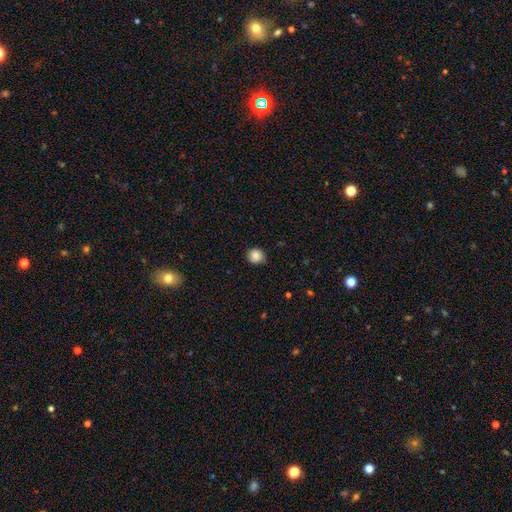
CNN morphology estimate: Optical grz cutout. It shows a smooth galaxy with no disk features (84%) that is round (86%). Merging: none (80%).